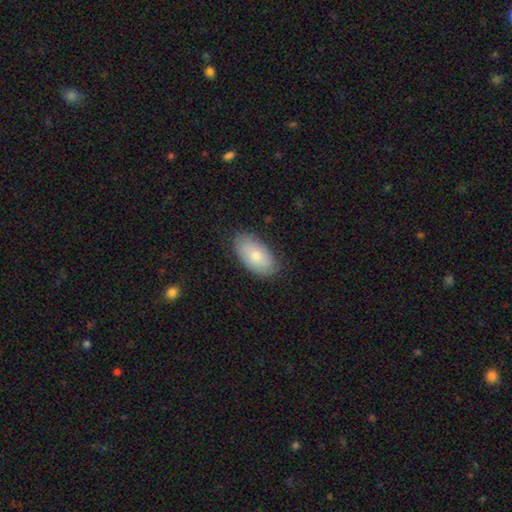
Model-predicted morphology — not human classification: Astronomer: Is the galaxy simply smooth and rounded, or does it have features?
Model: smooth — 74%.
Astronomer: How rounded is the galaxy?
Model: in between — 95%.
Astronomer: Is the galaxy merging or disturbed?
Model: none — 82%.